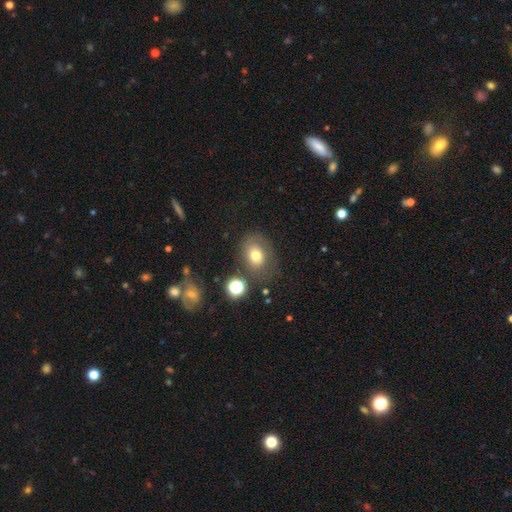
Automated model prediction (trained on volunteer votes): A smooth galaxy with no disk features (71%) that is in between round and cigar-shaped (63%).

Vote fractions:
- Smooth or featured? smooth: 71% / featured or disk: 16% / star or artifact: 13%
- How rounded? in between: 63% / round: 36% / cigar-shaped: 1%
- Merging? none: 67% / minor disturbance: 19% / major disturbance: 9% / merger: 6%